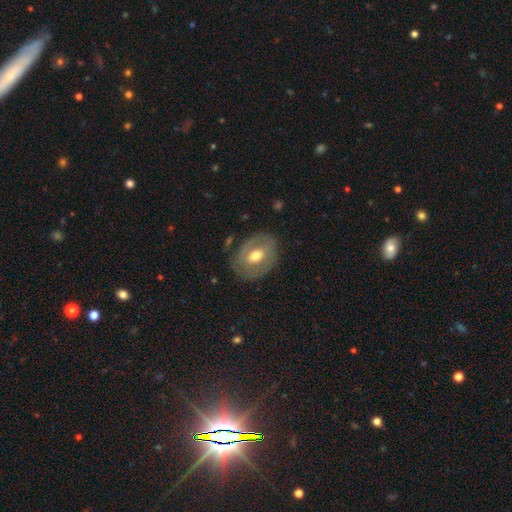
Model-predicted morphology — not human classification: A smooth galaxy with no disk features (48%). Merging: none (77%).